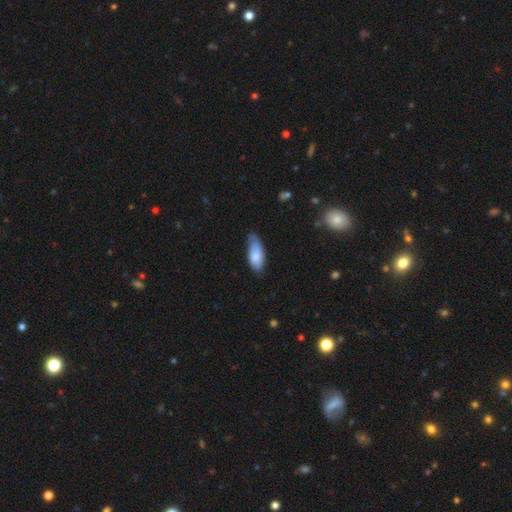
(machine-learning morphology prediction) smooth_or_featured: smooth (p=0.80) [alt: featured or disk p=0.14]
how_rounded: in between (p=0.84) [alt: cigar-shaped p=0.14]
merging: none (p=0.48) [alt: minor disturbance p=0.41]